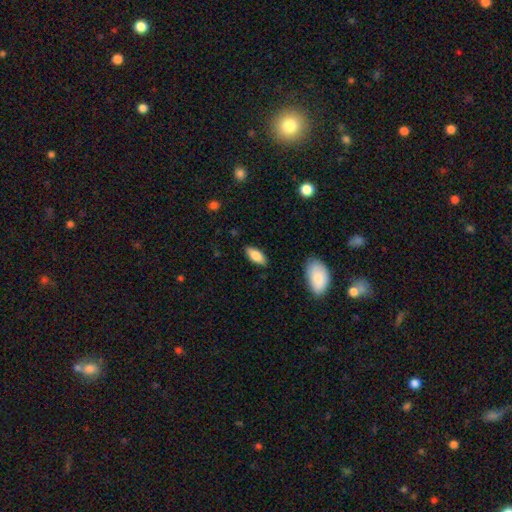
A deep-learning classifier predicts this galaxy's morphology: Smooth or featured? smooth (82%)
How rounded? in between (84%)
Merging? none (85%)